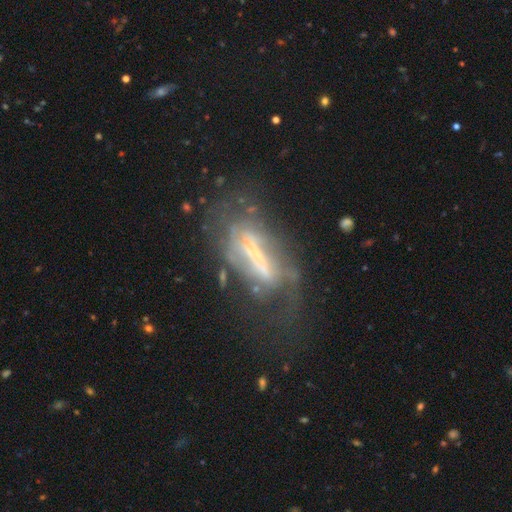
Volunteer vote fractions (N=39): smooth-or-featured: featured or disk: 74% | smooth: 21% | star or artifact: 5%
  disk-edge-on: no: 79% | yes: 21%
    bar: strong: 78% | weak: 17% | no: 4%
    has-spiral-arms: yes: 57% | no: 43%
      spiral-winding: loose: 54% | medium: 38% | tight: 8%
      spiral-arm-count: 2: 54% | can't tell: 38% | 1: 8% | 3: 0% | 4: 0% | more than 4: 0%
    bulge-size: moderate: 39% | large: 22% | none: 22% | small: 13% | dominant: 4%
  merging: major disturbance: 43% | none: 32% | minor disturbance: 14% | merger: 11%